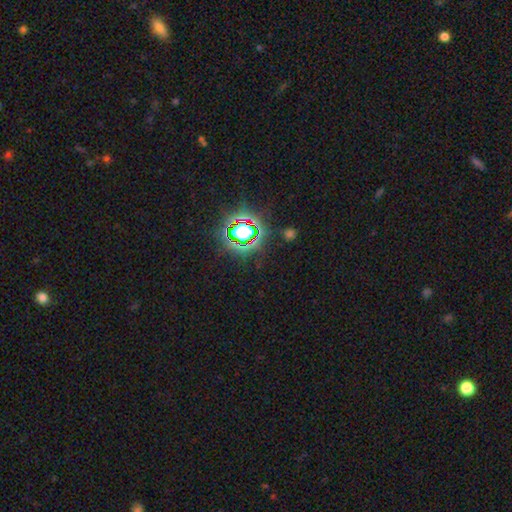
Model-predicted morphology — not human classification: Smooth or featured? Predicted: star or artifact (p=0.79).